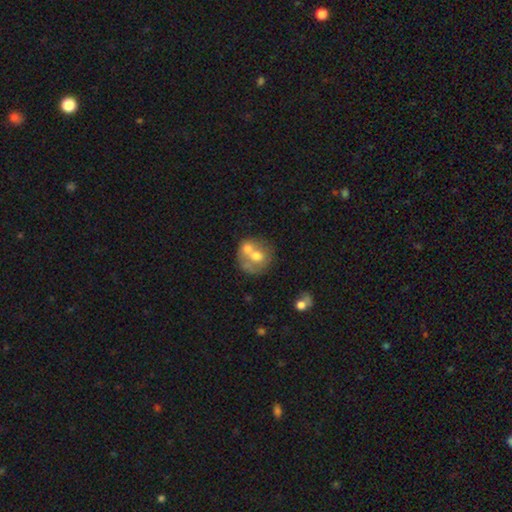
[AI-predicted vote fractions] Q: Smooth or featured?
A: smooth (54%); runner-up: featured or disk (37%)
Q: How rounded?
A: round (75%); runner-up: in between (24%)
Q: Merging?
A: merger (53%); runner-up: none (31%)